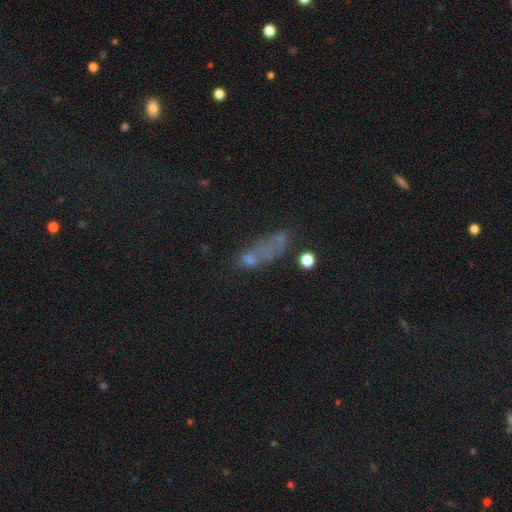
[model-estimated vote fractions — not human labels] A smooth galaxy with no disk features (45%).

Vote fractions:
- Smooth or featured? smooth: 45% / star or artifact: 29% / featured or disk: 26%
- Merging? none: 37% / major disturbance: 23% / merger: 21% / minor disturbance: 18%